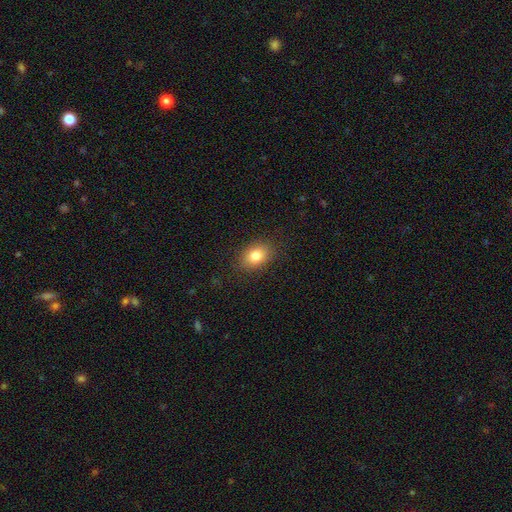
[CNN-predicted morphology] smooth_or_featured: smooth (p=0.81) [alt: star or artifact p=0.09]
how_rounded: in between (p=0.72) [alt: round p=0.27]
merging: none (p=0.87) [alt: minor disturbance p=0.09]